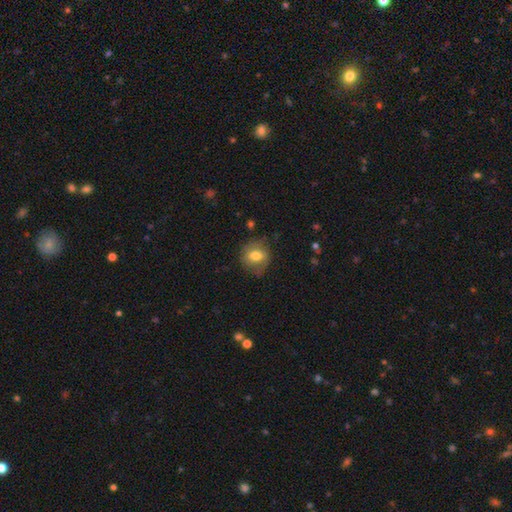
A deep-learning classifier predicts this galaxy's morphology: smooth-or-featured: smooth: 68% | featured or disk: 23% | star or artifact: 8%
  how-rounded: round: 69% | in between: 30% | cigar-shaped: 1%
  merging: none: 73% | minor disturbance: 20% | major disturbance: 6% | merger: 1%